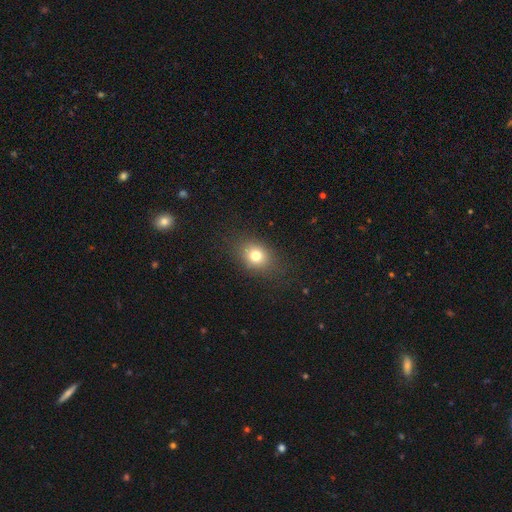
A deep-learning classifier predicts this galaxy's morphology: smooth 77%, star or artifact 13%, featured or disk 10%. Down the decision tree: how rounded — in between (51%); merging — none (84%).